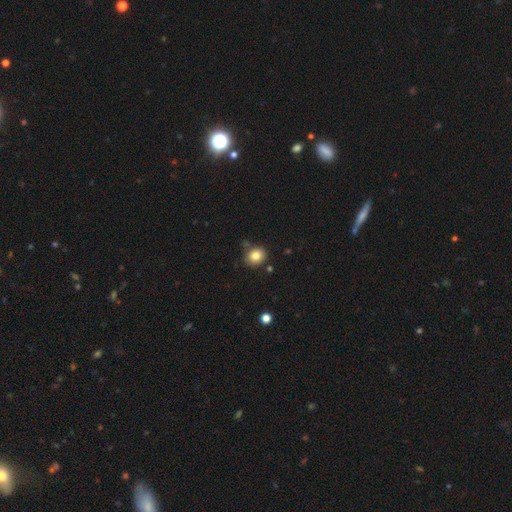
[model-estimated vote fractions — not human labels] A smooth galaxy with no disk features (82%) that is round (75%).

Vote fractions:
- Smooth or featured? smooth: 82% / star or artifact: 11% / featured or disk: 8%
- How rounded? round: 75% / in between: 24% / cigar-shaped: 1%
- Merging? none: 81% / minor disturbance: 11% / merger: 5% / major disturbance: 3%